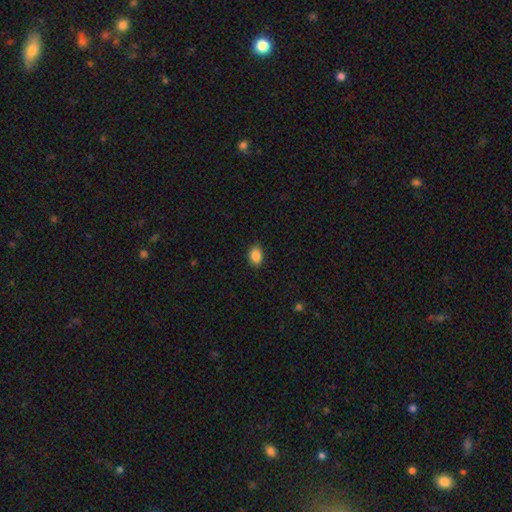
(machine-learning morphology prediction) The model was most divided on "how rounded": in between: 77%, round: 22%, cigar-shaped: 1%. More confident: smooth or featured — smooth (88%); merging — none (87%).